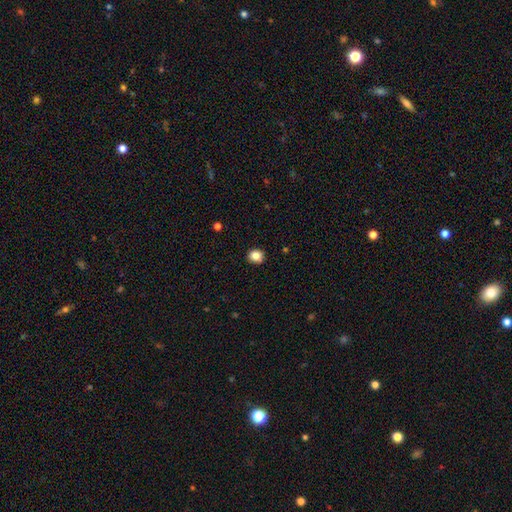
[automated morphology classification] This is clearly a smooth galaxy (85%). How rounded: clearly round (81%). Merging: clearly none (90%).